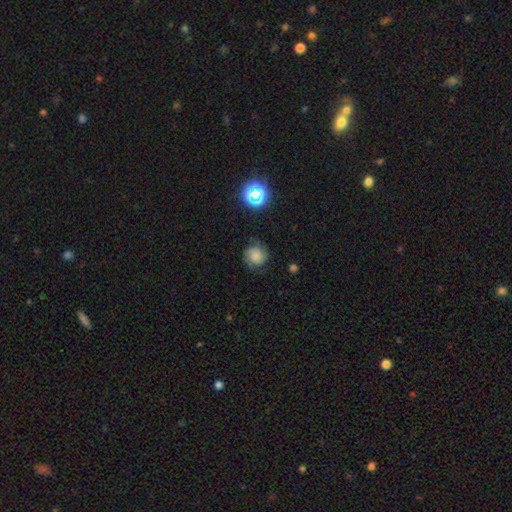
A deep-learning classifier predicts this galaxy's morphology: A smooth galaxy with no disk features (43%).

Vote fractions:
- Smooth or featured? smooth: 43% / featured or disk: 42% / star or artifact: 15%
- Merging? none: 74% / minor disturbance: 17% / major disturbance: 7% / merger: 2%